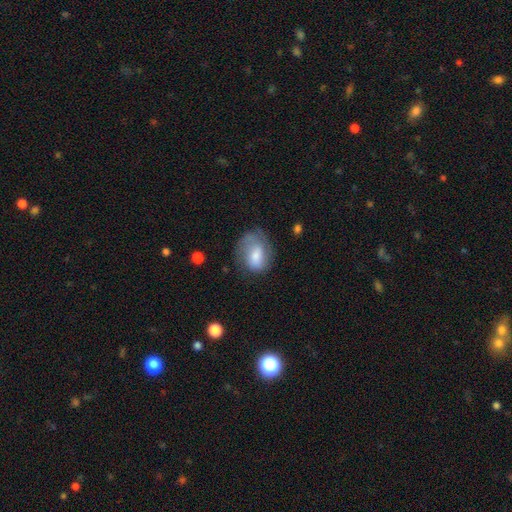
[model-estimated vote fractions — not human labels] smooth 66%, featured or disk 27%, star or artifact 8%. Down the decision tree: how rounded — in between (67%); merging — none (49%).